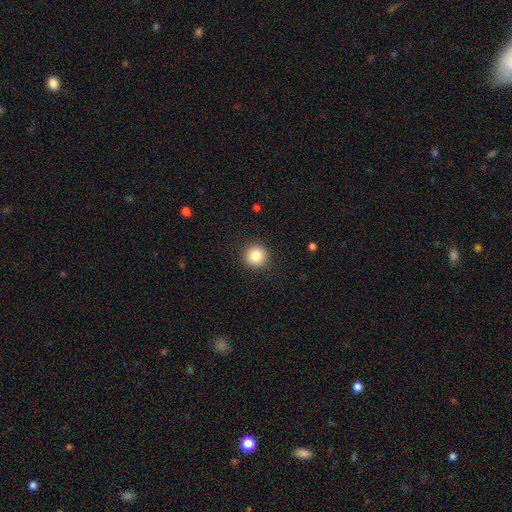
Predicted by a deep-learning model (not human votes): Smooth or featured? smooth (85%)
How rounded? round (94%)
Merging? none (91%)